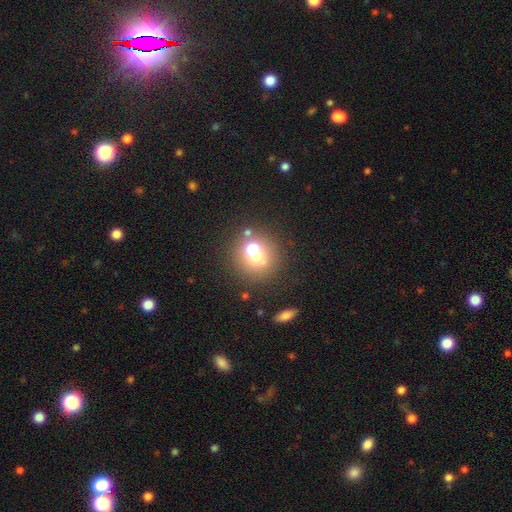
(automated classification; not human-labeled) This is likely a smooth galaxy (60%). How rounded: clearly round (84%). Merging: possibly none (46%).